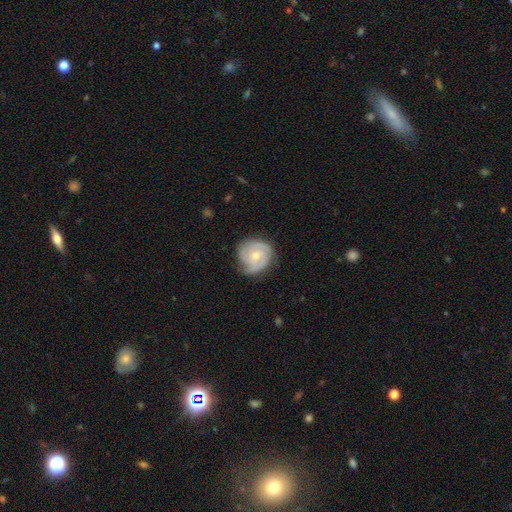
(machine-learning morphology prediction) A featured or disk galaxy (81%) with no bar (73%), 3 (51%) tight (69%) spiral arms (96%) and a small central bulge (52%). Merging: none (74%).